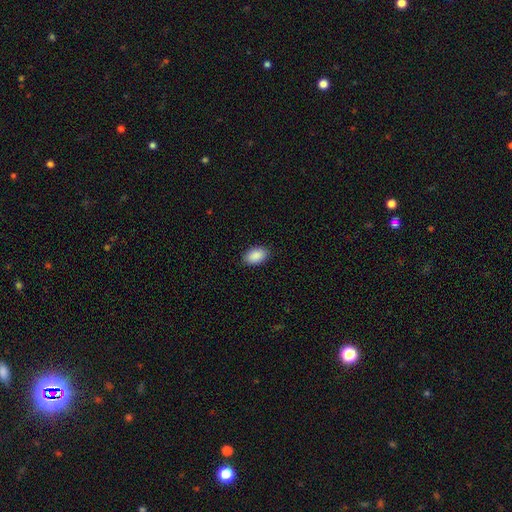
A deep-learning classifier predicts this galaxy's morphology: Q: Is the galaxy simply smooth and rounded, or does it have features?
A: smooth — 91%.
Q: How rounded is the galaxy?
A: in between — 93%.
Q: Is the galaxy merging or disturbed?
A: none — 88%.